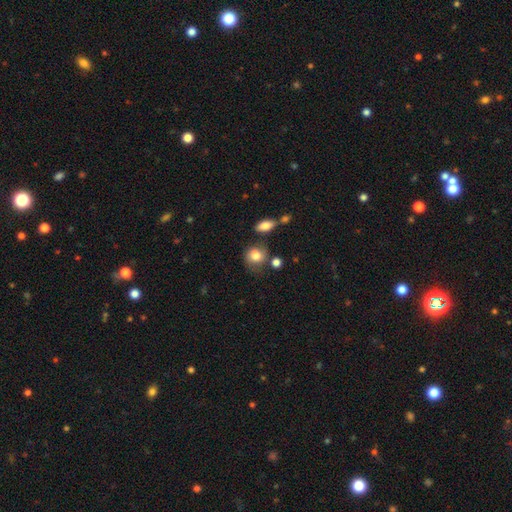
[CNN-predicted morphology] Q: Smooth or featured?
A: smooth (78%); runner-up: featured or disk (13%)
Q: How rounded?
A: round (70%); runner-up: in between (28%)
Q: Merging?
A: none (59%); runner-up: minor disturbance (23%)